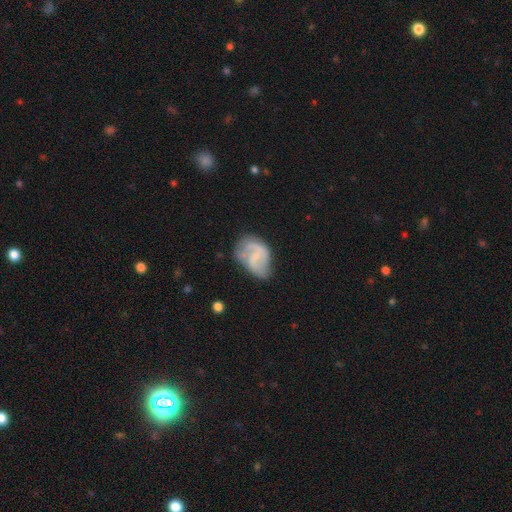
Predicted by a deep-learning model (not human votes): Smooth or featured? featured or disk (62%)
Edge-on disk? no (97%)
Bar? weak (46%)
Spiral arms? yes (75%)
Bulge size? small (53%)
Merging? none (42%)